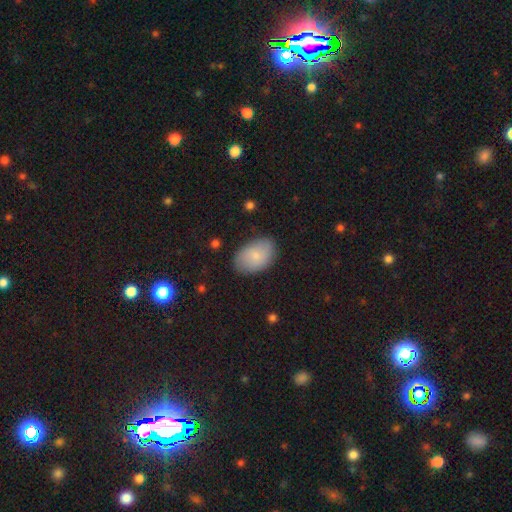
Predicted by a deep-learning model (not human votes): Q: Smooth or featured?
A: smooth (80%); runner-up: featured or disk (14%)
Q: How rounded?
A: in between (91%); runner-up: round (8%)
Q: Merging?
A: none (81%); runner-up: minor disturbance (14%)